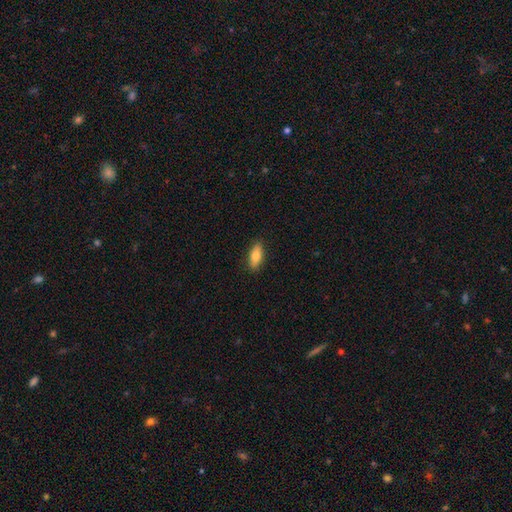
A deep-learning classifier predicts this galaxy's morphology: The model was most divided on "smooth or featured": smooth: 78%, featured or disk: 15%, star or artifact: 7%. More confident: merging — none (88%); how rounded — in between (82%).